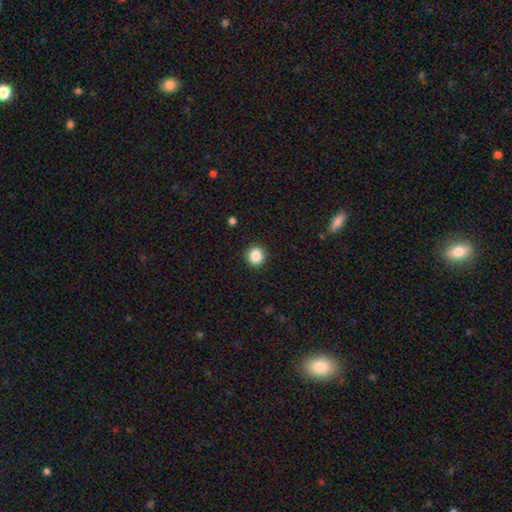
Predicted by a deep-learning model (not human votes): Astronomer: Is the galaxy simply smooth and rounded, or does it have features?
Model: smooth — 85%.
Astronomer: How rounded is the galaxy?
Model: round — 91%.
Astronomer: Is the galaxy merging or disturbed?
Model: none — 92%.